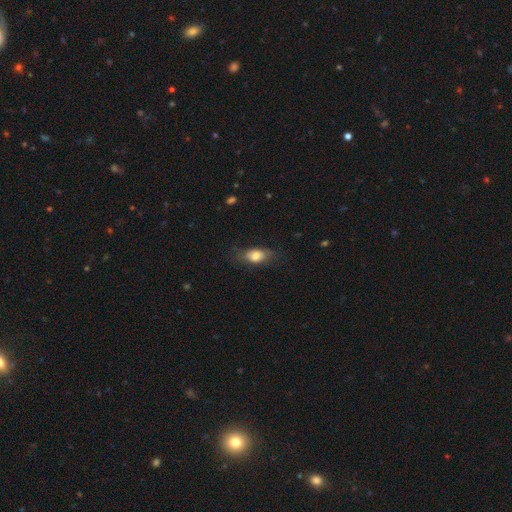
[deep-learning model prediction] Smooth or featured? Predicted: smooth (p=0.74). How rounded? Predicted: in between (p=0.82). Merging? Predicted: none (p=0.66).